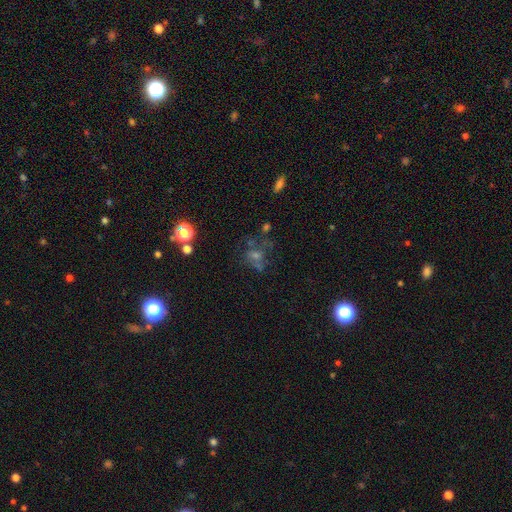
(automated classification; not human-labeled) Overall: star or artifact (40%; featured or disk 32%).